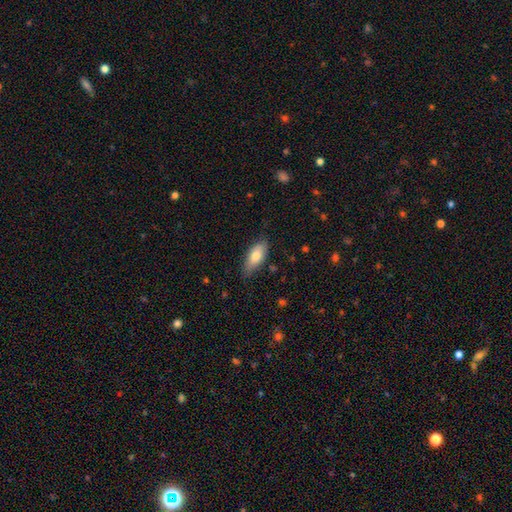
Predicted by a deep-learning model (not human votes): Morphology: type=smooth (75%); roundness=in between (84%); merging=none (73%).